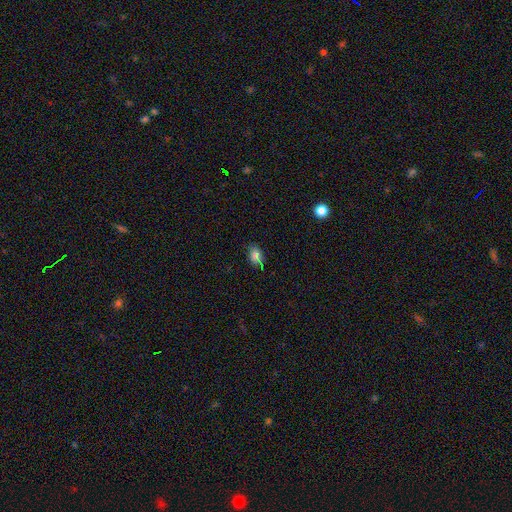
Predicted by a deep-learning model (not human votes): This is likely a smooth galaxy (77%). How rounded: likely in between (76%). Merging: likely none (71%).